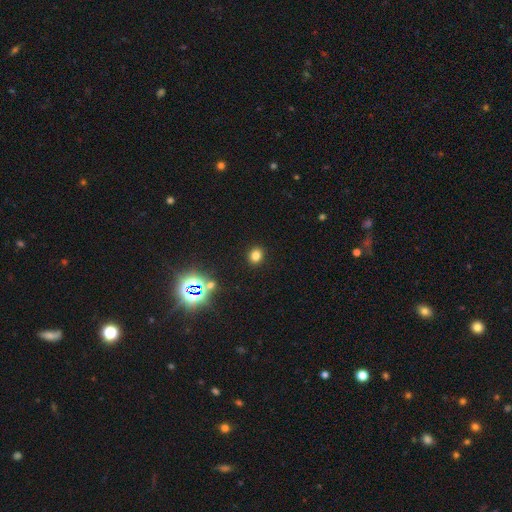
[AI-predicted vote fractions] smooth_or_featured: smooth (p=0.75) [alt: star or artifact p=0.19]
how_rounded: round (p=0.66) [alt: in between p=0.33]
merging: none (p=0.90) [alt: minor disturbance p=0.06]